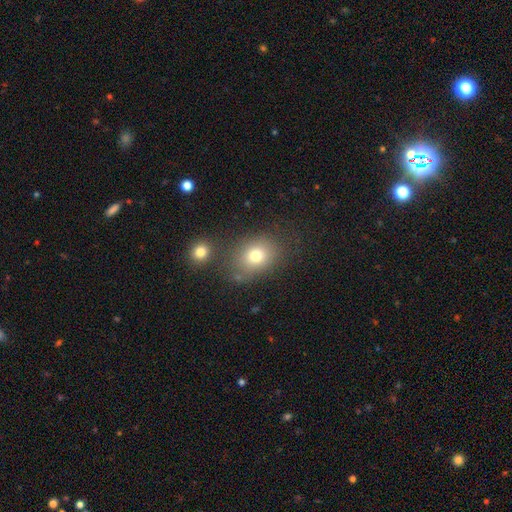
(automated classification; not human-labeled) smooth_or_featured: smooth (p=0.75) [alt: star or artifact p=0.13]
how_rounded: in between (p=0.53) [alt: round p=0.46]
merging: none (p=0.66) [alt: minor disturbance p=0.15]